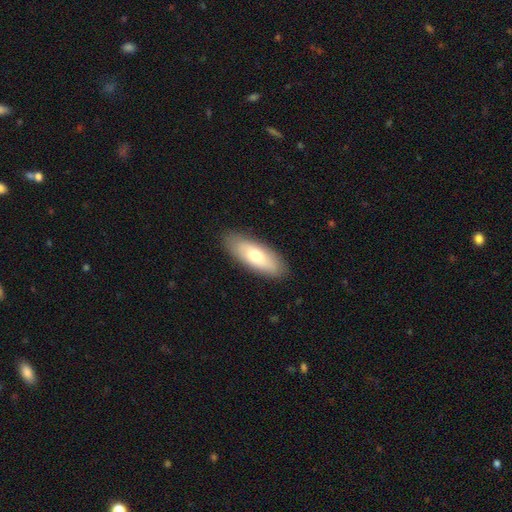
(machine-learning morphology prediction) This appears to be a smooth galaxy with no disk features (67%) that is in between round and cigar-shaped (72%). Merging: none (87%).